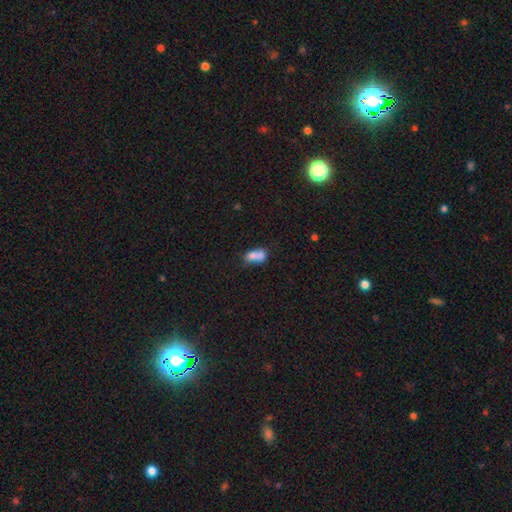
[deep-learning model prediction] A smooth galaxy with no disk features (73%) that is in between round and cigar-shaped (78%).

Vote fractions:
- Smooth or featured? smooth: 73% / featured or disk: 16% / star or artifact: 10%
- How rounded? in between: 78% / round: 16% / cigar-shaped: 5%
- Merging? merger: 53% / none: 26% / minor disturbance: 14% / major disturbance: 7%